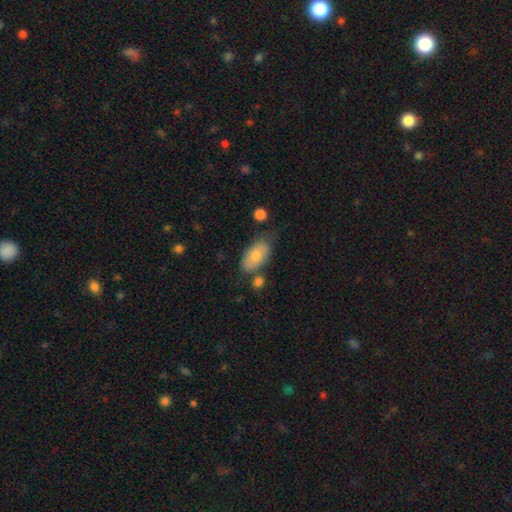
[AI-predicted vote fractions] Smooth or featured? smooth (75%)
How rounded? in between (93%)
Merging? none (57%)